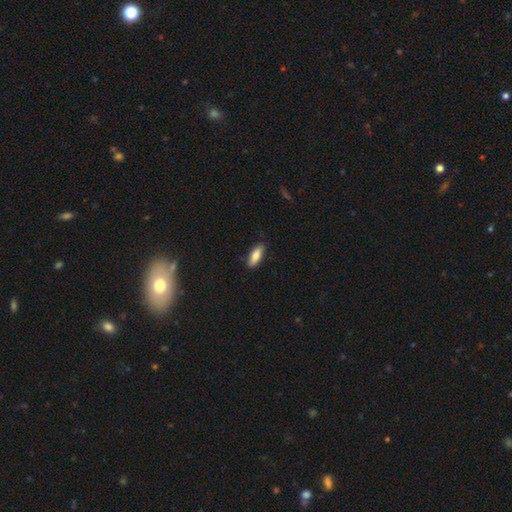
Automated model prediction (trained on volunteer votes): Morphology: type=smooth (82%); roundness=in between (71%); merging=none (84%).